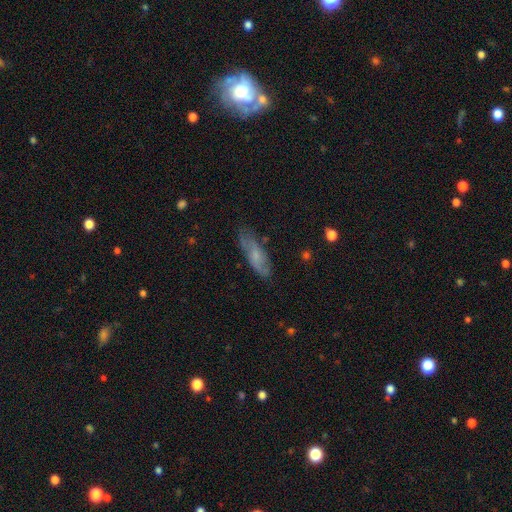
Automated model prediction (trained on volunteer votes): The model was most divided on "how rounded": in between: 52%, cigar-shaped: 46%, round: 2%. More confident: merging — none (74%); smooth or featured — smooth (53%).